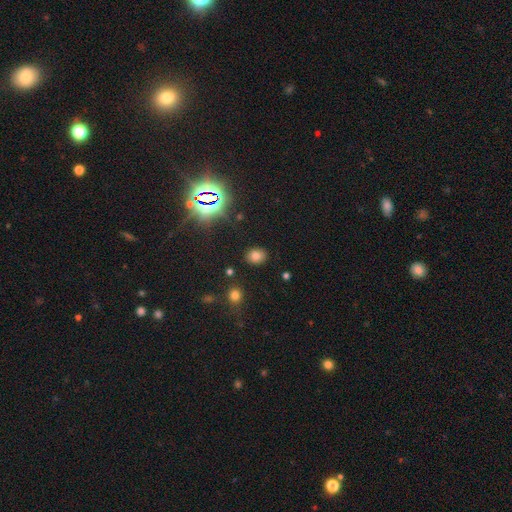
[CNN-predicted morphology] smooth 74%, star or artifact 19%, featured or disk 7%. Down the decision tree: how rounded — in between (54%); merging — none (86%).